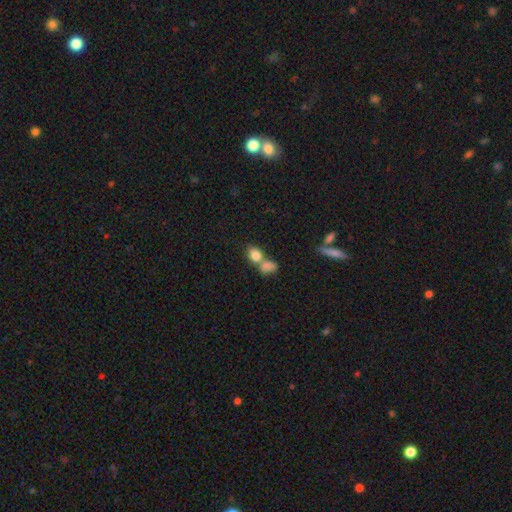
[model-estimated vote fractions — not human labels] Morphology: type=smooth (82%); roundness=in between (59%); merging=merger (57%).